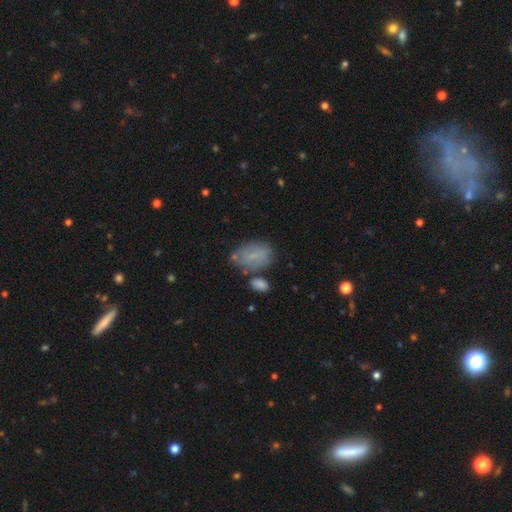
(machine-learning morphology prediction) Smooth or featured? smooth (67%)
How rounded? in between (88%)
Merging? none (56%)